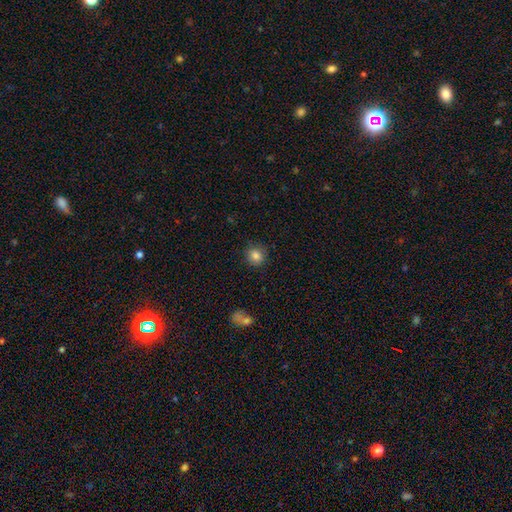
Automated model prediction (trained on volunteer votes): Smooth or featured: smooth — 83% (star or artifact — 10%)
How rounded: round — 89% (in between — 10%)
Merging: none — 88% (minor disturbance — 9%)